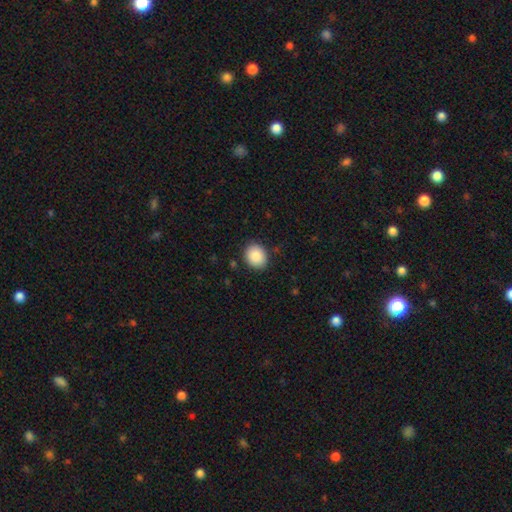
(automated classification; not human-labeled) A smooth galaxy with no disk features (88%) that is round (65%).

Vote fractions:
- Smooth or featured? smooth: 88% / star or artifact: 8% / featured or disk: 4%
- How rounded? round: 65% / in between: 34% / cigar-shaped: 1%
- Merging? none: 88% / minor disturbance: 9% / major disturbance: 2% / merger: 1%